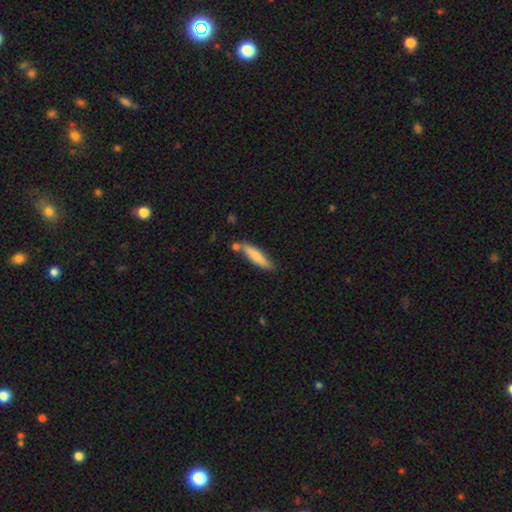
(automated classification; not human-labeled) Q: Smooth or featured?
A: smooth (71%); runner-up: featured or disk (24%)
Q: How rounded?
A: cigar-shaped (77%); runner-up: in between (22%)
Q: Merging?
A: none (70%); runner-up: minor disturbance (16%)